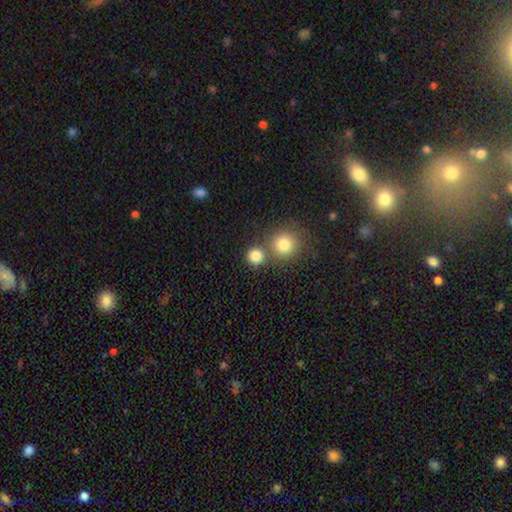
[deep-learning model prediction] A smooth galaxy with no disk features (83%) that is round (89%).

Vote fractions:
- Smooth or featured? smooth: 83% / star or artifact: 11% / featured or disk: 5%
- How rounded? round: 89% / in between: 10% / cigar-shaped: 1%
- Merging? none: 66% / merger: 24% / minor disturbance: 7% / major disturbance: 3%